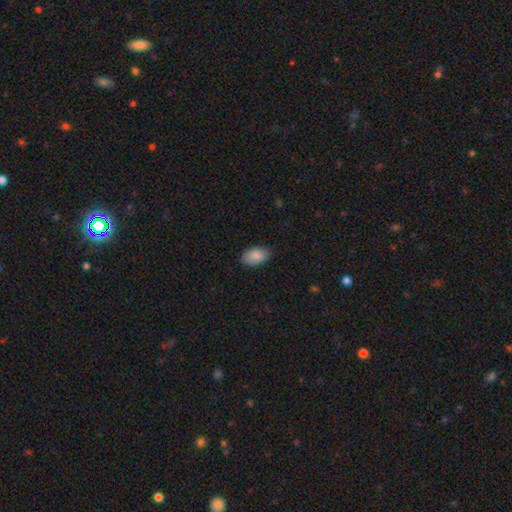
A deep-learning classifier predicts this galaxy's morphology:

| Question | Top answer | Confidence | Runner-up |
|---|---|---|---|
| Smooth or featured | smooth | 87% | star or artifact (6%) |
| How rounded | in between | 94% | round (5%) |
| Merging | none | 83% | minor disturbance (14%) |